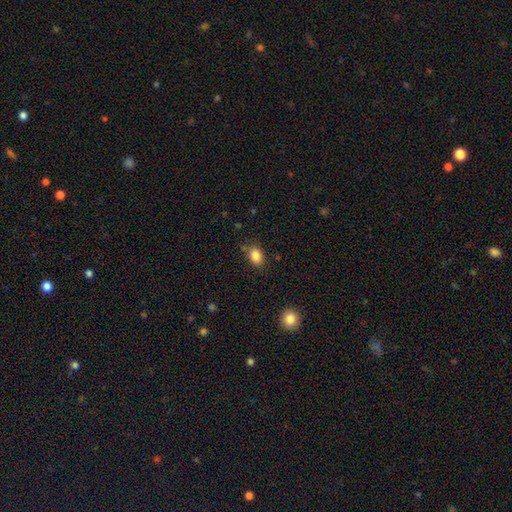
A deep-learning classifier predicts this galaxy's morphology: Smooth or featured? smooth (85%)
How rounded? in between (78%)
Merging? none (80%)